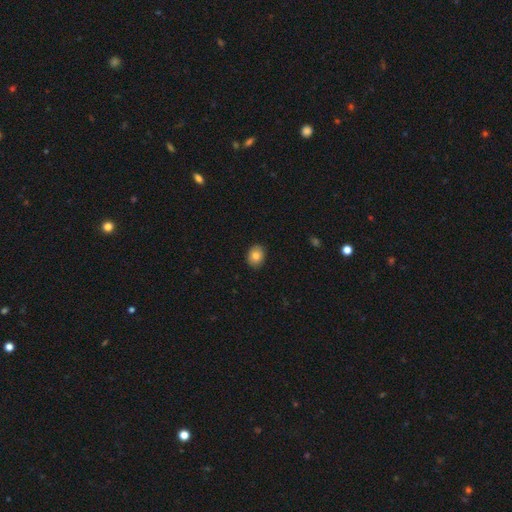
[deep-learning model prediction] Smooth or featured? Predicted: smooth (p=0.82). How rounded? Predicted: in between (p=0.58). Merging? Predicted: none (p=0.90).